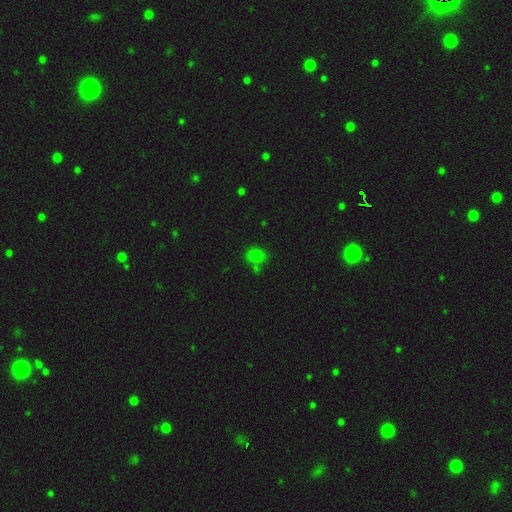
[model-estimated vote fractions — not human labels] A smooth galaxy with no disk features (75%) that is round (71%). Merging: none (67%).